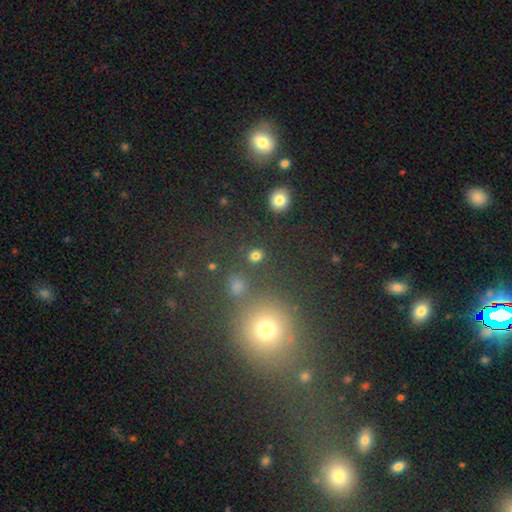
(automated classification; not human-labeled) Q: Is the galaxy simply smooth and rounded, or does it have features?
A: smooth — 79%.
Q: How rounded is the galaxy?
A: round — 78%.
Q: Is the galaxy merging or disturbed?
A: none — 85%.